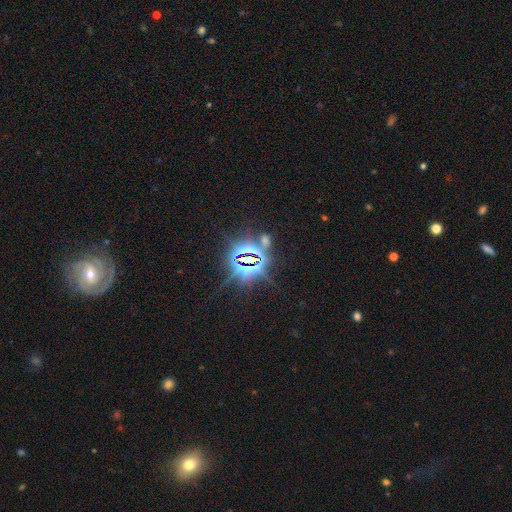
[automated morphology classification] This is clearly a star or artifact rather than a galaxy (83%).